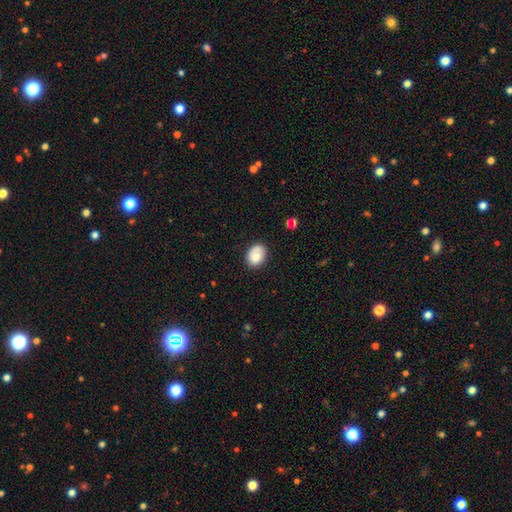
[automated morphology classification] type=smooth (75%); roundness=in between (64%); merging=none (70%).